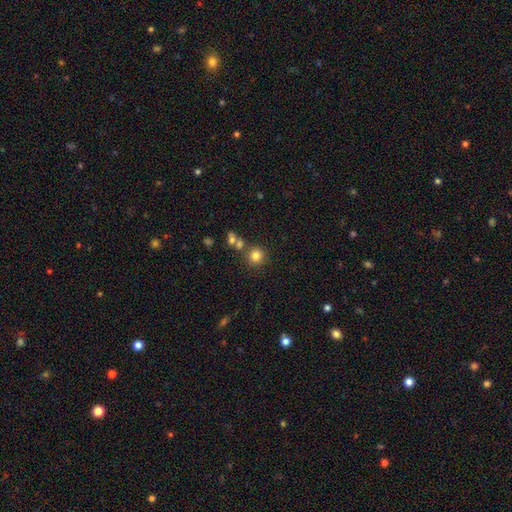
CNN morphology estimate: The model was most divided on "merging": none: 73%, merger: 15%, minor disturbance: 8%, major disturbance: 3%. More confident: how rounded — round (91%); smooth or featured — smooth (80%).